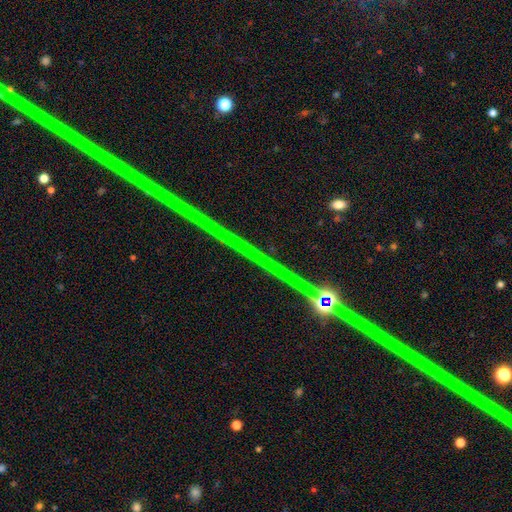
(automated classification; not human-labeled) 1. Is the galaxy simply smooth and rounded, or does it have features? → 83% star or artifact, 12% featured or disk, 5% smooth.